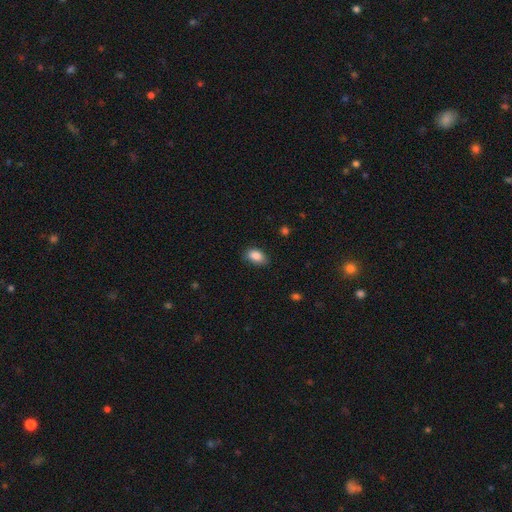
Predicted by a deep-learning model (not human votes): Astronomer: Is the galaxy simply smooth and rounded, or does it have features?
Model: smooth — 87%.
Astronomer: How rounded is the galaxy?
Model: in between — 88%.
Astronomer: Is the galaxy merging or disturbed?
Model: none — 80%.